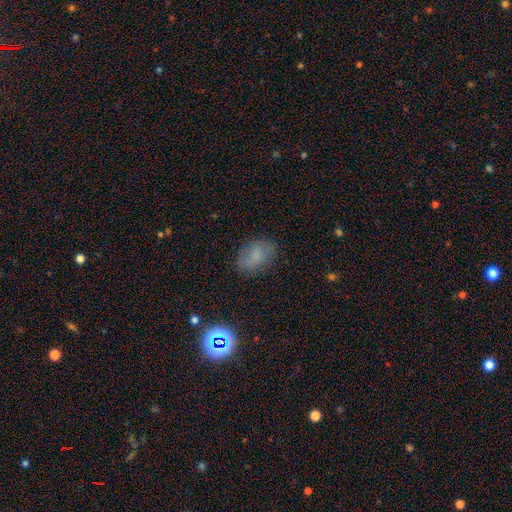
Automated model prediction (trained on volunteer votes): Smooth or featured: smooth — 70% (featured or disk — 16%)
How rounded: in between — 85% (round — 13%)
Merging: none — 76% (minor disturbance — 17%)